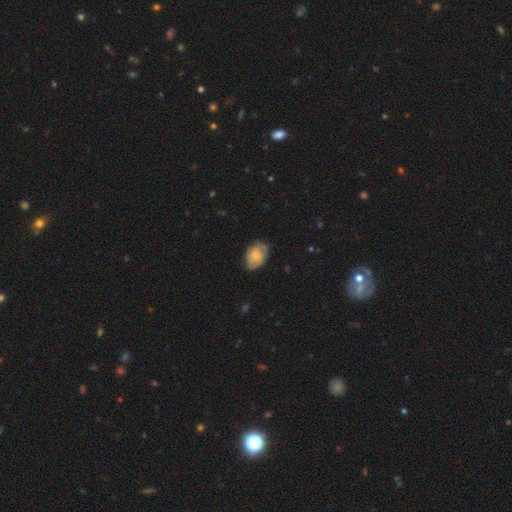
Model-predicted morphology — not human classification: Smooth or featured? Predicted: smooth (p=0.47). Merging? Predicted: none (p=0.65).